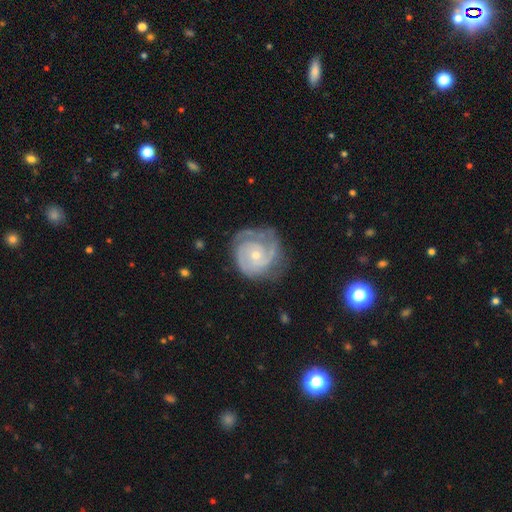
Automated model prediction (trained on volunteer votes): smooth-or-featured: featured or disk: 87% | smooth: 8% | star or artifact: 5%
  disk-edge-on: no: 98% | yes: 2%
    bar: no: 74% | weak: 22% | strong: 4%
    has-spiral-arms: yes: 97% | no: 3%
      spiral-winding: tight: 66% | medium: 28% | loose: 6%
      spiral-arm-count: 2: 50% | 3: 23% | can't tell: 14% | 1: 6% | 4: 4% | more than 4: 3%
    bulge-size: small: 56% | moderate: 41% | large: 1% | none: 1% | dominant: 1%
  merging: none: 69% | minor disturbance: 21% | major disturbance: 9% | merger: 2%